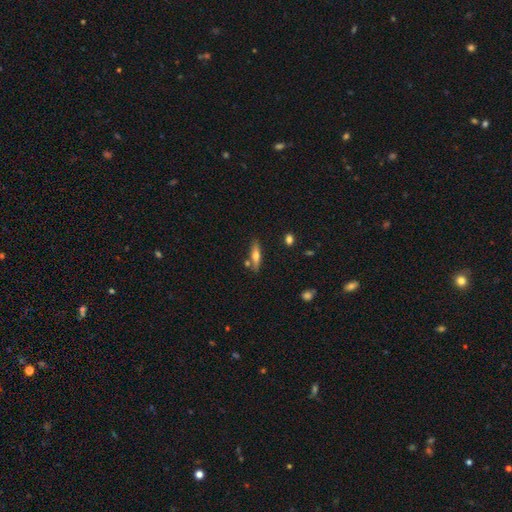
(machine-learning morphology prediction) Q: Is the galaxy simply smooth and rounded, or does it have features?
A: smooth — 48%.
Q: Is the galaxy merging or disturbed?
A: none — 77%.